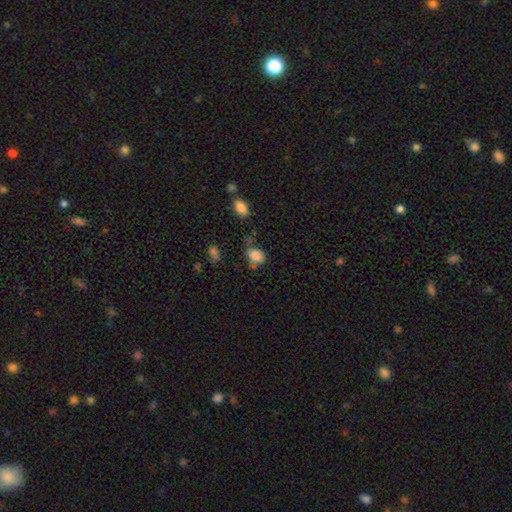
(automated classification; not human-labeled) smooth_or_featured: smooth (p=0.83) [alt: star or artifact p=0.10]
how_rounded: in between (p=0.69) [alt: round p=0.30]
merging: none (p=0.58) [alt: minor disturbance p=0.23]